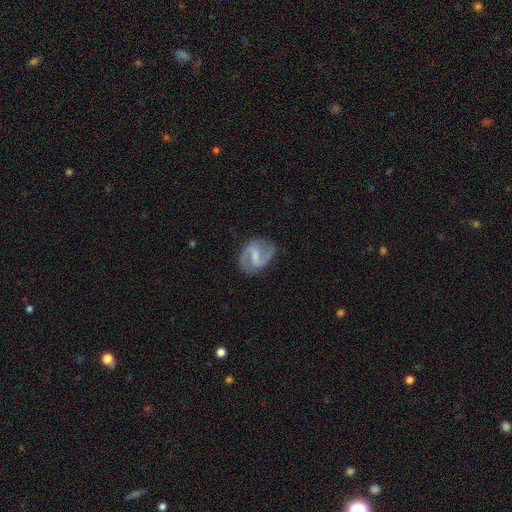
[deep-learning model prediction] A featured or disk galaxy (82%) with a weak bar (49%), 2 (91%) medium (47%) spiral arms (94%) and a small central bulge (44%).

Vote fractions:
- Smooth or featured? featured or disk: 82% / smooth: 12% / star or artifact: 5%
- Edge-on disk? no: 97% / yes: 3%
- Bar? weak: 49% / strong: 39% / no: 12%
- Spiral arms? yes: 94% / no: 6%
- Spiral winding? medium: 47% / loose: 40% / tight: 12%
- Spiral arm count? 2: 91% / can't tell: 4% / 1: 2% / 3: 1% / 4: 1% / more than 4: 1%
- Bulge size? small: 44% / moderate: 26% / none: 26% / large: 2% / dominant: 1%
- Merging? none: 78% / minor disturbance: 15% / major disturbance: 6% / merger: 1%